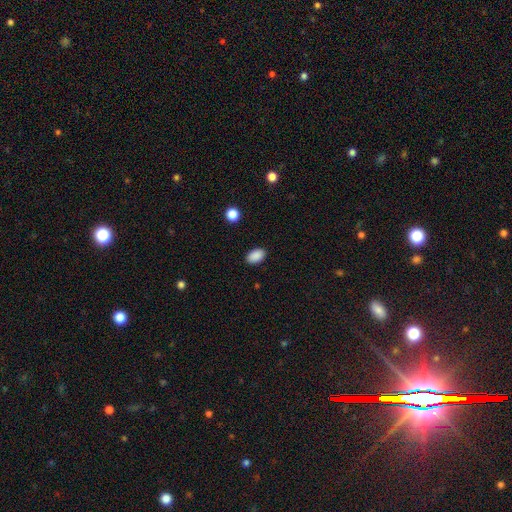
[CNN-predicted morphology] A smooth galaxy with no disk features (89%) that is in between round and cigar-shaped (90%). Merging: none (89%).